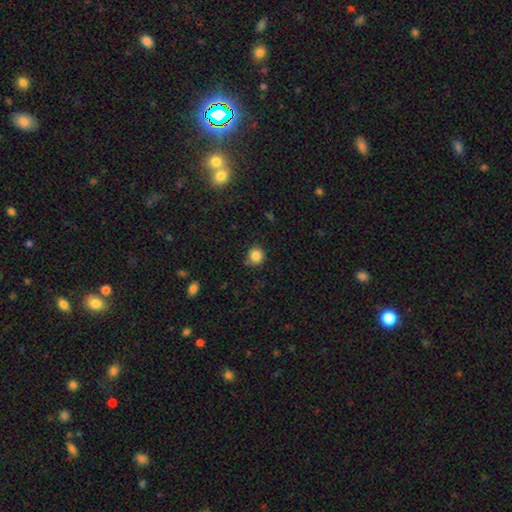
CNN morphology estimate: Overall: smooth (84%). How rounded: round (87%). Merging: none (79%).